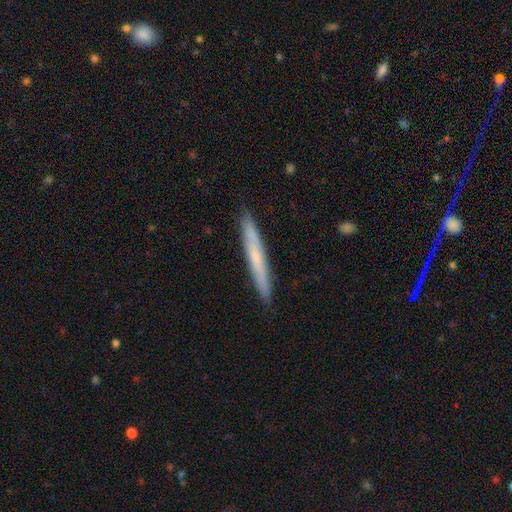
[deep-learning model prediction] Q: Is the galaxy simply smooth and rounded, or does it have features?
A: smooth — 52%.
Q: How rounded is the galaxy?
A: cigar-shaped — 96%.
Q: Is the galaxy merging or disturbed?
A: none — 91%.